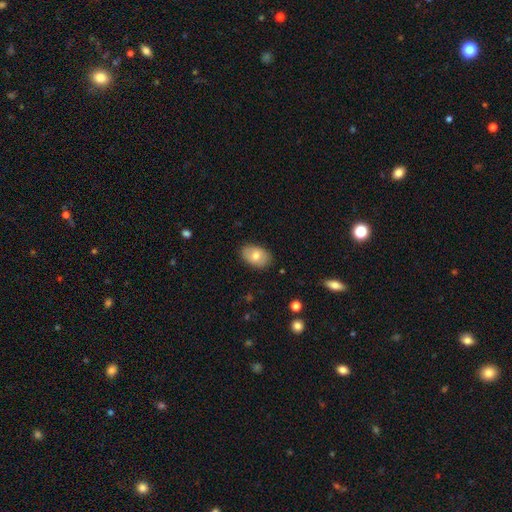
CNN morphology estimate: Overall: smooth (72%). How rounded: in between (88%). Merging: none (85%).